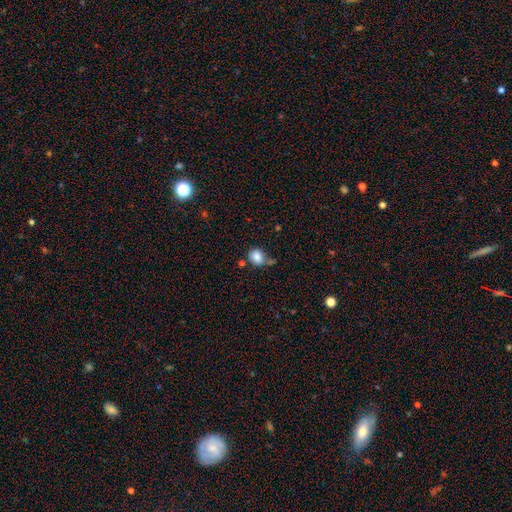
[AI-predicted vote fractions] Smooth or featured: smooth — 84% (star or artifact — 9%)
How rounded: round — 60% (in between — 39%)
Merging: none — 51% (minor disturbance — 24%)